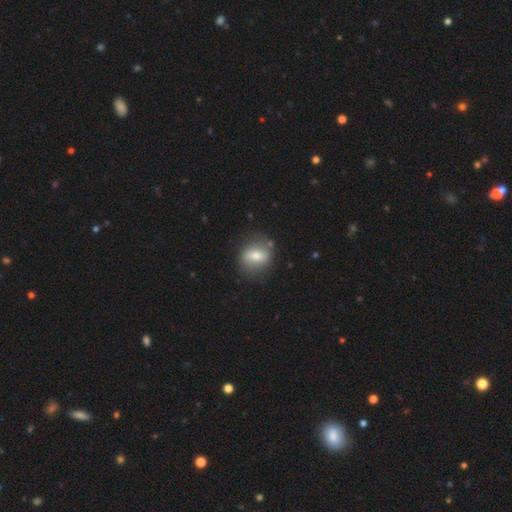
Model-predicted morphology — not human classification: Smooth or featured? smooth (66%)
How rounded? in between (49%, tied with round)
Merging? none (76%)